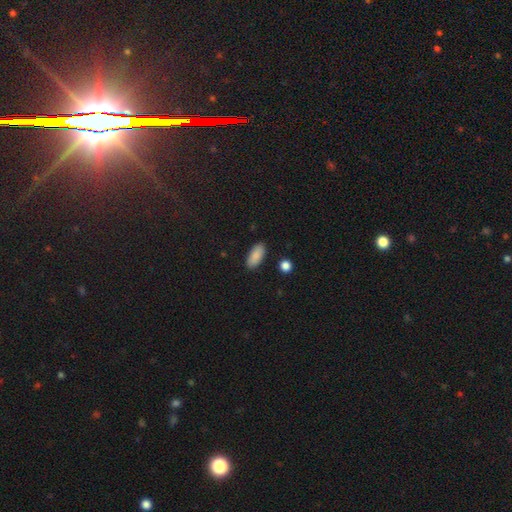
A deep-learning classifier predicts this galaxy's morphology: type=smooth (88%); roundness=in between (88%); merging=none (87%).